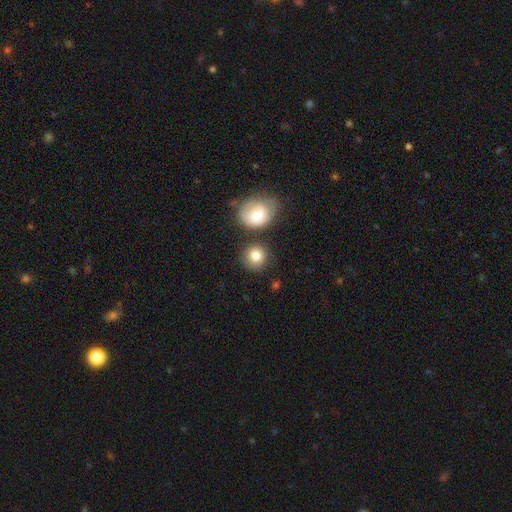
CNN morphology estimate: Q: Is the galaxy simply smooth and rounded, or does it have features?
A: smooth — 82%.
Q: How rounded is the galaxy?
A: round — 84%.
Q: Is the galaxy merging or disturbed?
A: none — 70%.